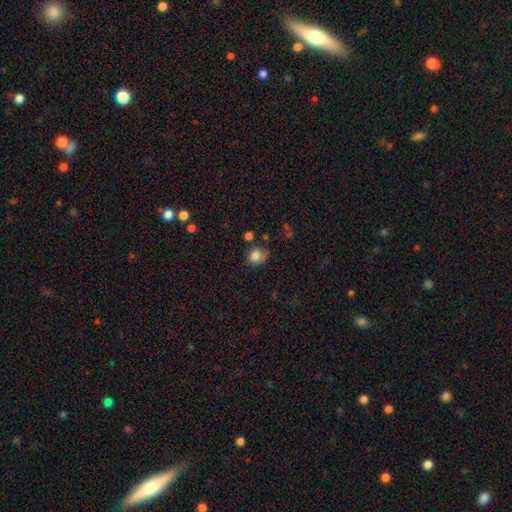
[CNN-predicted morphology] Smooth or featured: smooth — 80% (featured or disk — 11%)
How rounded: round — 65% (in between — 34%)
Merging: none — 55% (minor disturbance — 28%)